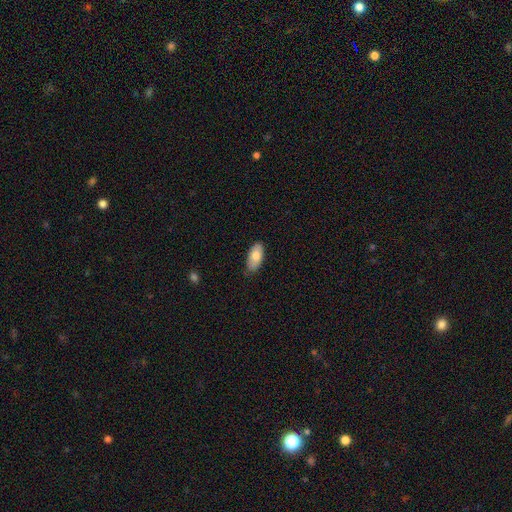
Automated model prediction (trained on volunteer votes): smooth_or_featured: smooth (p=0.77) [alt: featured or disk p=0.17]
how_rounded: in between (p=0.92) [alt: cigar-shaped p=0.06]
merging: none (p=0.81) [alt: minor disturbance p=0.16]